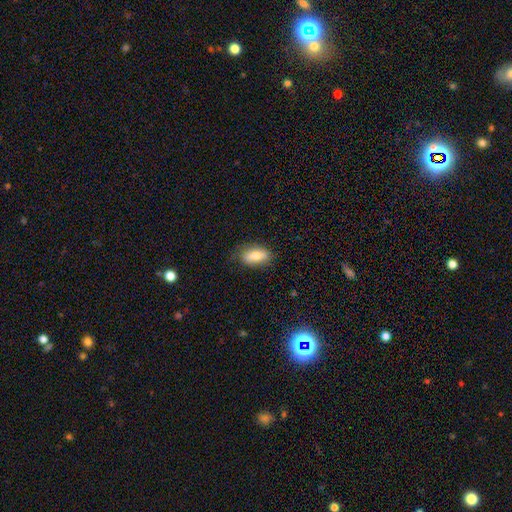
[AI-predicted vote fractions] This appears to be a smooth galaxy with no disk features (77%) that is in between round and cigar-shaped (87%). Merging: none (75%).